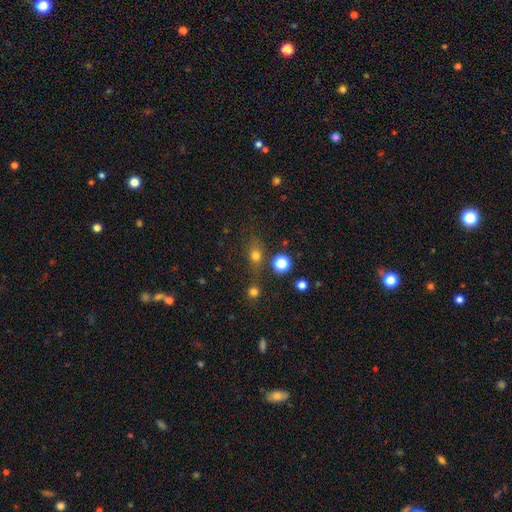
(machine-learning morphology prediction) Q: Smooth or featured?
A: smooth (71%); runner-up: star or artifact (20%)
Q: How rounded?
A: round (58%); runner-up: in between (38%)
Q: Merging?
A: none (63%); runner-up: merger (15%)